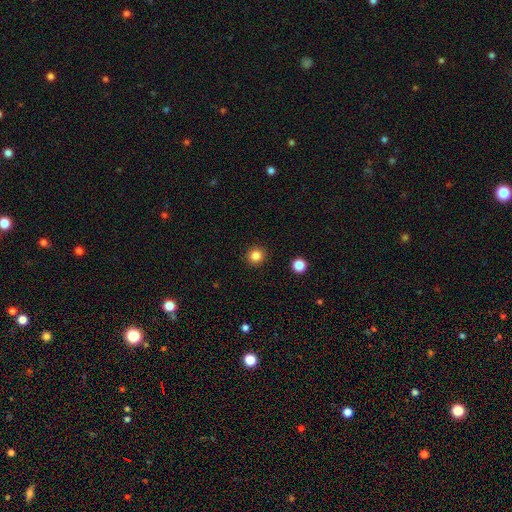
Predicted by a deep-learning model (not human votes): The model was most divided on "smooth or featured": smooth: 85%, star or artifact: 12%, featured or disk: 3%. More confident: how rounded — round (92%); merging — none (92%).